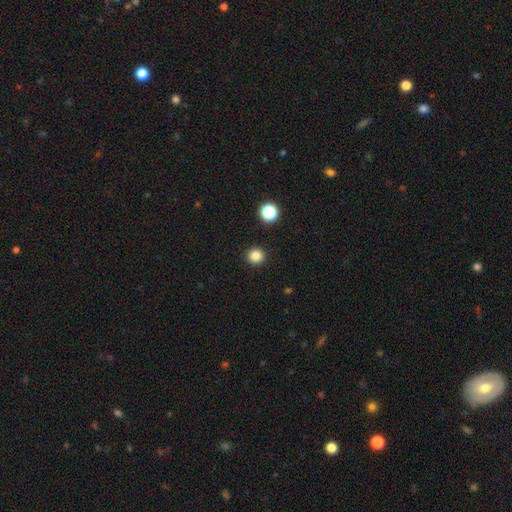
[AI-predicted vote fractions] Smooth or featured? Predicted: smooth (p=0.84). How rounded? Predicted: round (p=0.94). Merging? Predicted: none (p=0.93).